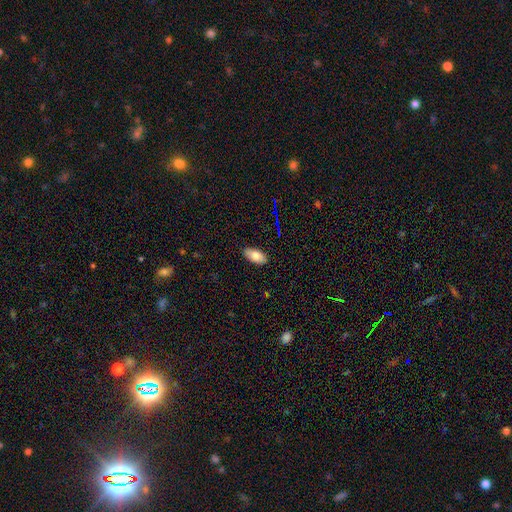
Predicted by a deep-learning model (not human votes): Smooth or featured? Predicted: smooth (p=0.82). How rounded? Predicted: in between (p=0.92). Merging? Predicted: none (p=0.88).